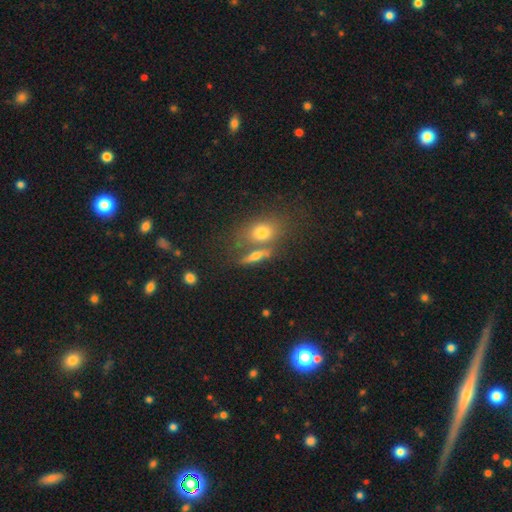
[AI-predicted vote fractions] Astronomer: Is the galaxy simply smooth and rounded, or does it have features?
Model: smooth — 53% (runner-up: featured or disk, 35%).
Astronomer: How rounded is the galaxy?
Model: in between — 45% (runner-up: cigar-shaped, 39%).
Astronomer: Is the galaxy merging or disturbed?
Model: none — 58%.